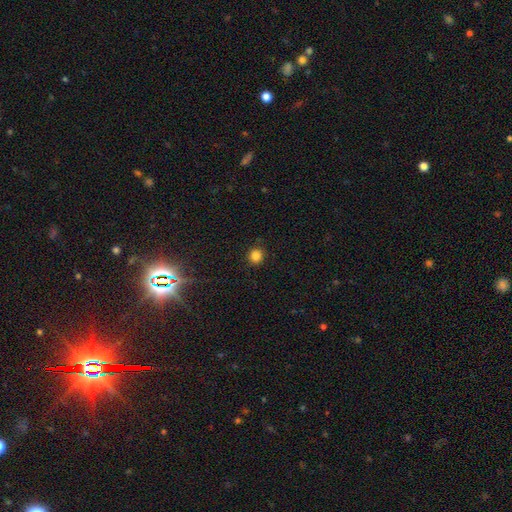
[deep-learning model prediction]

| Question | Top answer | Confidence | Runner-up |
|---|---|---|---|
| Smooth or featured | smooth | 84% | star or artifact (13%) |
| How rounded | round | 92% | in between (7%) |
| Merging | none | 90% | minor disturbance (7%) |